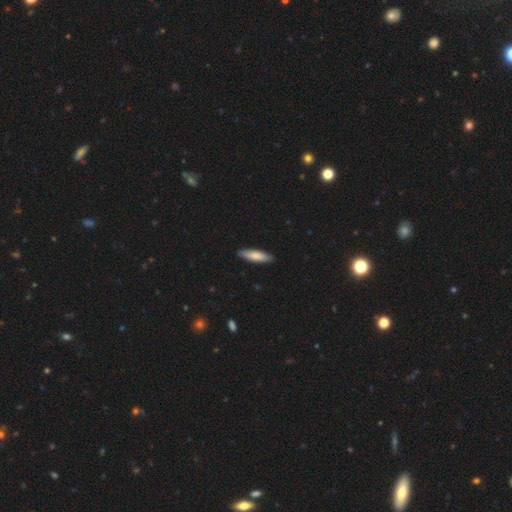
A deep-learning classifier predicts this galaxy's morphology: Smooth or featured?
  - smooth: 79% *
  - featured or disk: 16%
  - star or artifact: 5%
How rounded?
  - cigar-shaped: 64% *
  - in between: 34%
  - round: 1%
Merging?
  - none: 89% *
  - minor disturbance: 8%
  - major disturbance: 1%
  - merger: 1%